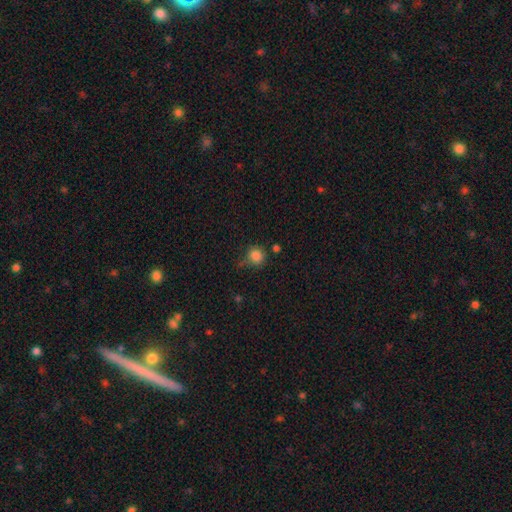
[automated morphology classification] The model was most divided on "merging": none: 66%, minor disturbance: 20%, merger: 7%, major disturbance: 6%. More confident: how rounded — round (87%); smooth or featured — smooth (84%).